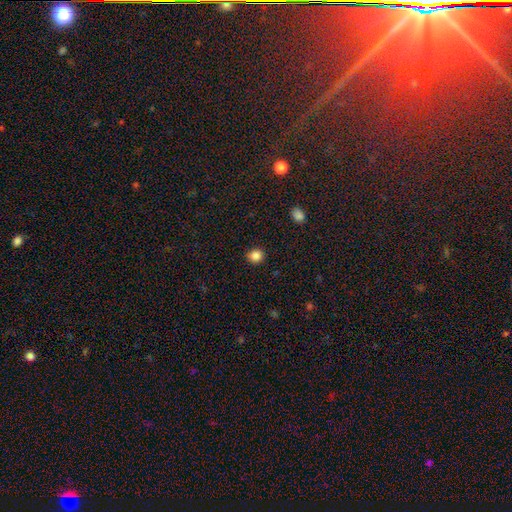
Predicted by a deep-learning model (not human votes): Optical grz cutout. It shows a smooth galaxy with no disk features (85%) that is round (83%). Merging: none (90%).